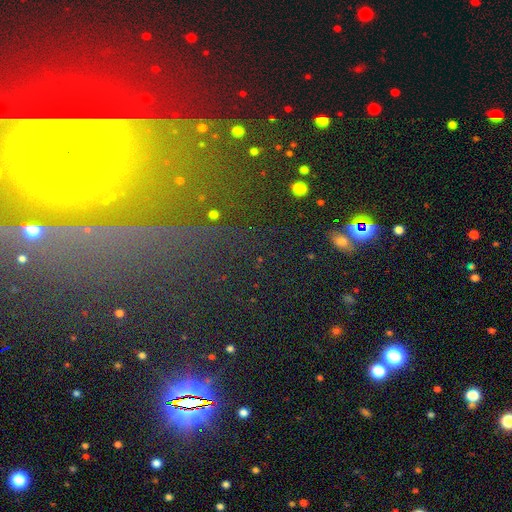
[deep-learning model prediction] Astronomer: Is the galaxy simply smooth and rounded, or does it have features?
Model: star or artifact — 51% (runner-up: featured or disk, 29%).